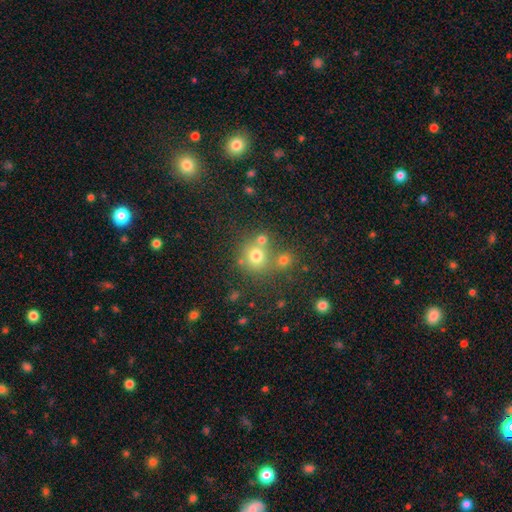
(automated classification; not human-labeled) Smooth or featured? Predicted: smooth (p=0.71). How rounded? Predicted: round (p=0.86). Merging? Predicted: none (p=0.58).